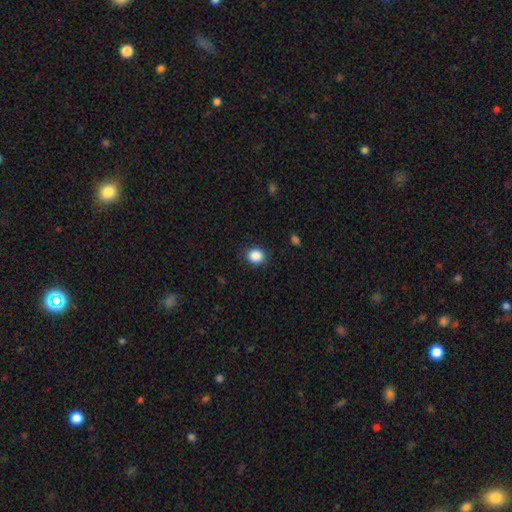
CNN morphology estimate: A smooth galaxy with no disk features (88%) that is round (80%). Merging: none (88%).